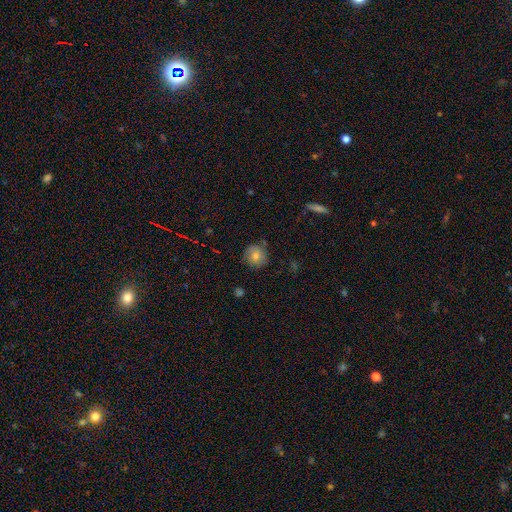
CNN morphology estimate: Smooth or featured: smooth — 70% (featured or disk — 18%)
How rounded: round — 91% (in between — 8%)
Merging: none — 82% (minor disturbance — 13%)